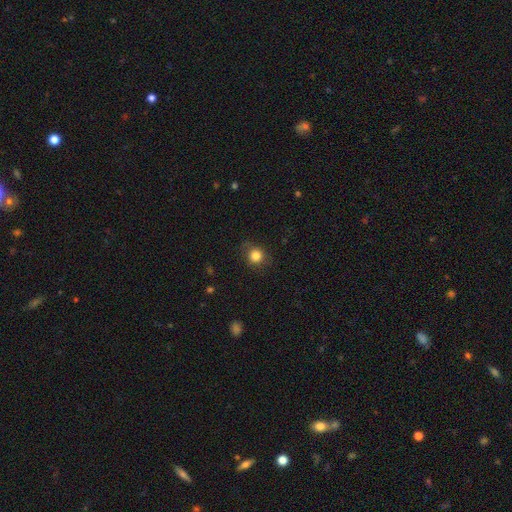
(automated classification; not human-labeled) smooth 82%, star or artifact 11%, featured or disk 7%. Down the decision tree: how rounded — round (87%); merging — none (80%).